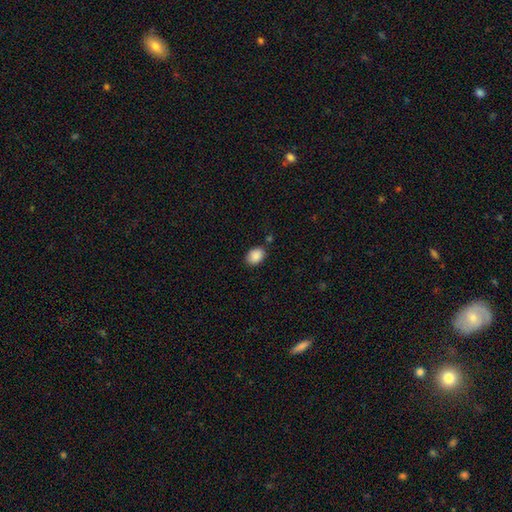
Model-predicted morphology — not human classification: type=smooth (89%); roundness=in between (73%); merging=none (81%).